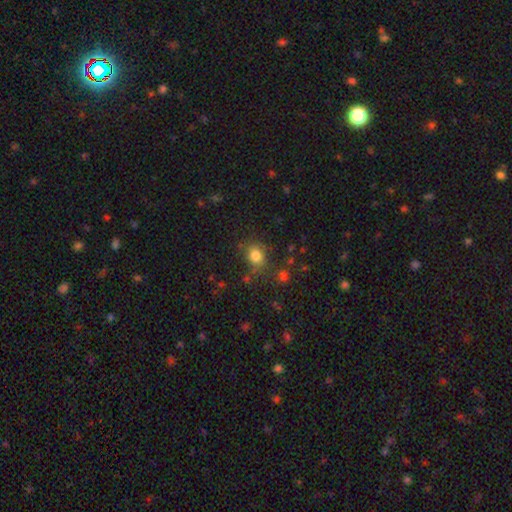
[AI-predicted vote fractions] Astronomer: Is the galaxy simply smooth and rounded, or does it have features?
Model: smooth — 81%.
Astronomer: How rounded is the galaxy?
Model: round — 64%.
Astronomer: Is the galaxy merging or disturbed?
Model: none — 76%.